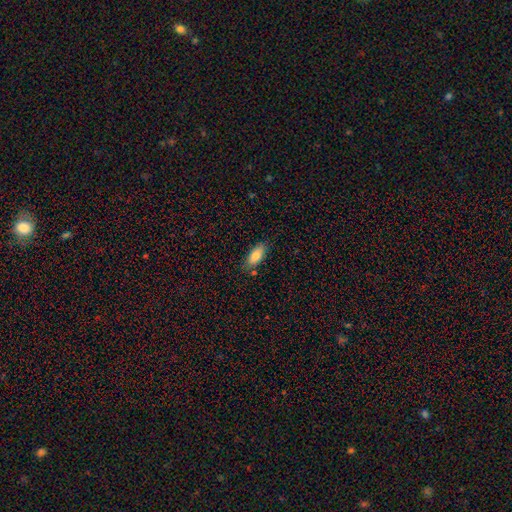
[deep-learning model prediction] Smooth or featured?
  - smooth: 83% *
  - featured or disk: 10%
  - star or artifact: 7%
How rounded?
  - in between: 86% *
  - cigar-shaped: 12%
  - round: 2%
Merging?
  - none: 80% *
  - minor disturbance: 14%
  - merger: 4%
  - major disturbance: 3%